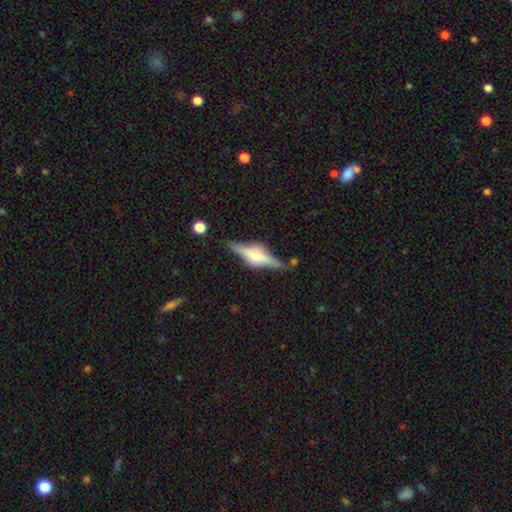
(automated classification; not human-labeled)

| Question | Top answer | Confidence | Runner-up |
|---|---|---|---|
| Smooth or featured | featured or disk | 69% | smooth (24%) |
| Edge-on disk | yes | 95% | no (5%) |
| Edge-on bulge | rounded | 77% | boxy (19%) |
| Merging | none | 76% | minor disturbance (16%) |